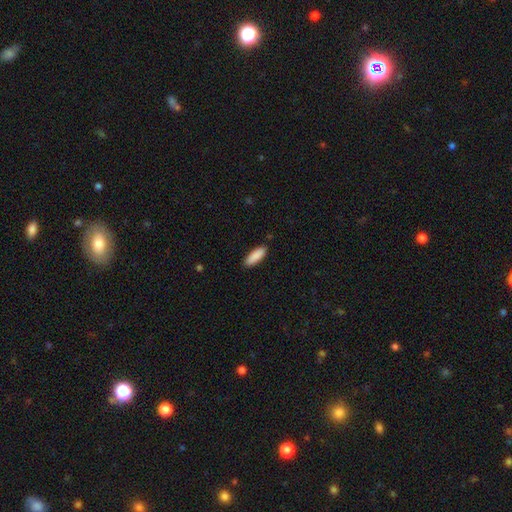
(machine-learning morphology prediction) The model was most divided on "how rounded": in between: 59%, cigar-shaped: 40%, round: 1%. More confident: smooth or featured — smooth (90%); merging — none (88%).